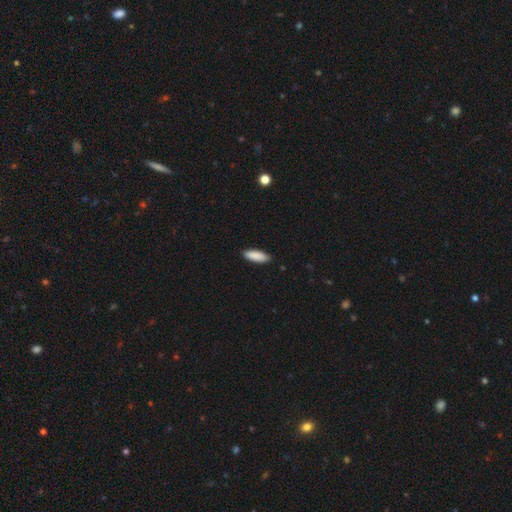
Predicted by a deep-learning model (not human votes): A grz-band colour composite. It shows a smooth galaxy with no disk features (90%) that is in between round and cigar-shaped (61%). Merging: none (88%).